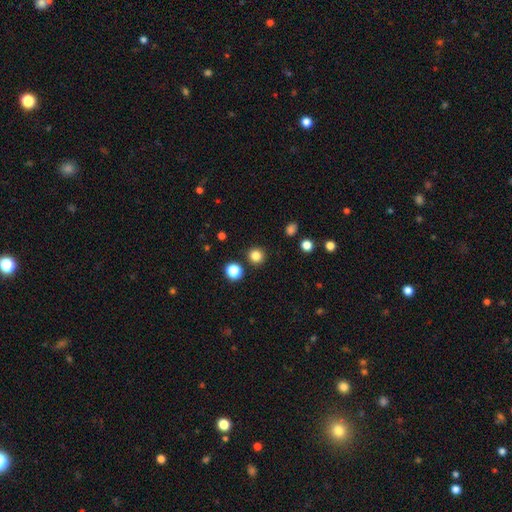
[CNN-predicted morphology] Overall: smooth (83%). How rounded: round (94%). Merging: none (90%).